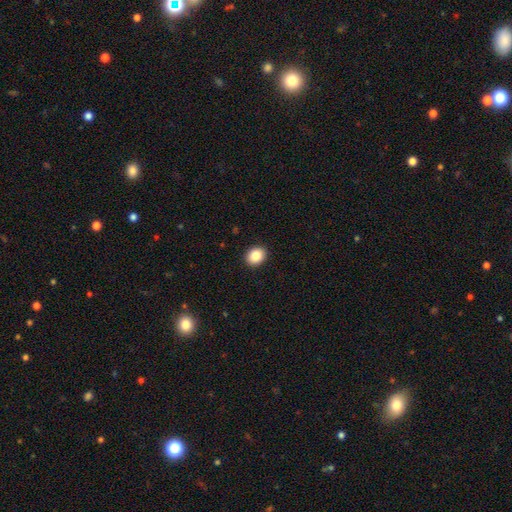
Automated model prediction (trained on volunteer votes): Smooth or featured?
  - smooth: 86% *
  - star or artifact: 9%
  - featured or disk: 5%
How rounded?
  - round: 57% *
  - in between: 42%
  - cigar-shaped: 1%
Merging?
  - none: 92% *
  - minor disturbance: 6%
  - major disturbance: 2%
  - merger: 1%